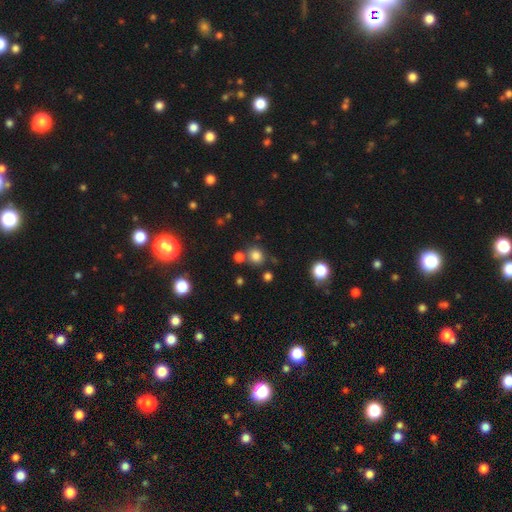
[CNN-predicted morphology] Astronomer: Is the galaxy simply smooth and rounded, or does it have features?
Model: smooth — 79%.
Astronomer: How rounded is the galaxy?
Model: round — 86%.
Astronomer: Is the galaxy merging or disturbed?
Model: none — 72%.